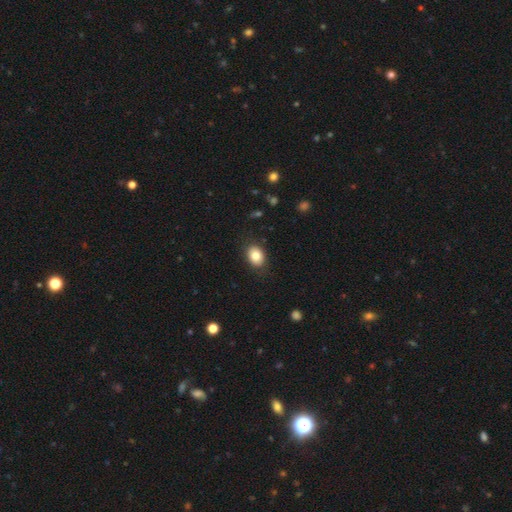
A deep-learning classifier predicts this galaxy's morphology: The model was most divided on "how rounded": in between: 71%, round: 28%, cigar-shaped: 1%. More confident: merging — none (85%); smooth or featured — smooth (82%).